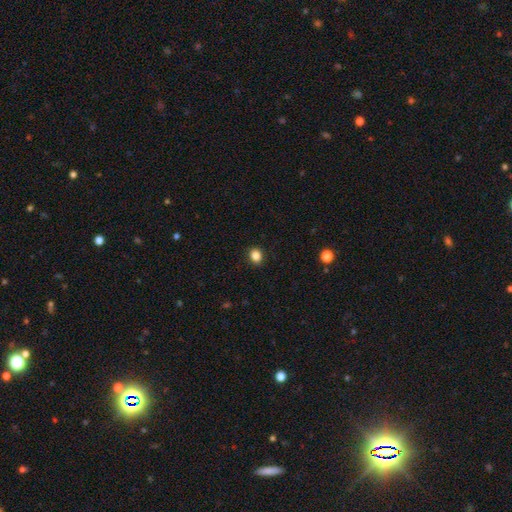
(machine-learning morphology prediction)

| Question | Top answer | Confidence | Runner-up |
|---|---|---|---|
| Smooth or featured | smooth | 85% | star or artifact (11%) |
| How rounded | round | 64% | in between (36%) |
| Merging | none | 91% | minor disturbance (6%) |